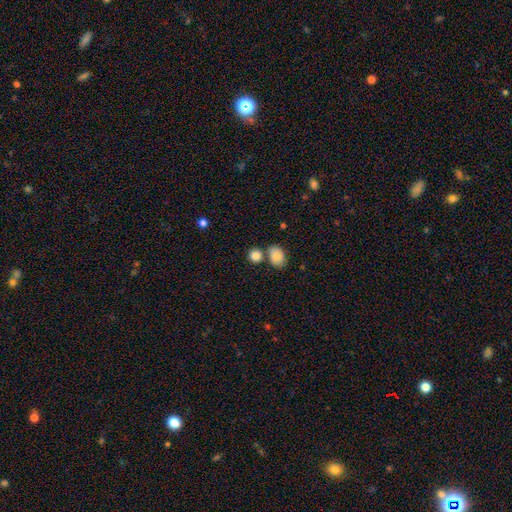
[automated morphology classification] A smooth galaxy with no disk features (86%) that is round (71%). Merging: none (59%).